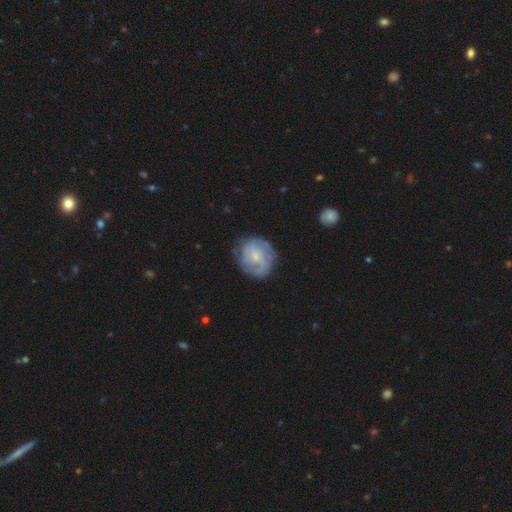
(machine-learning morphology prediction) This is likely a featured or disk galaxy (66%). It is clearly not viewed edge-on (98%). Bar: likely no (63%). Spiral arm pattern: likely yes (79%). Spiral arm count: possibly can't tell (46%). Spiral winding: possibly tight (56%). Central bulge: possibly small (58%). Merging: likely none (72%).